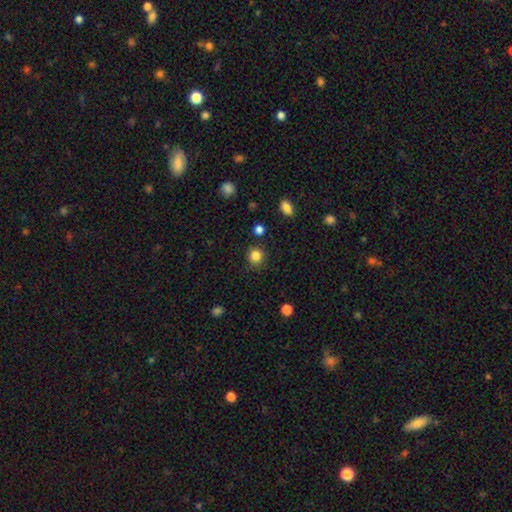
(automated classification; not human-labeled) Smooth or featured: smooth — 85% (star or artifact — 11%)
How rounded: round — 90% (in between — 9%)
Merging: none — 87% (minor disturbance — 8%)